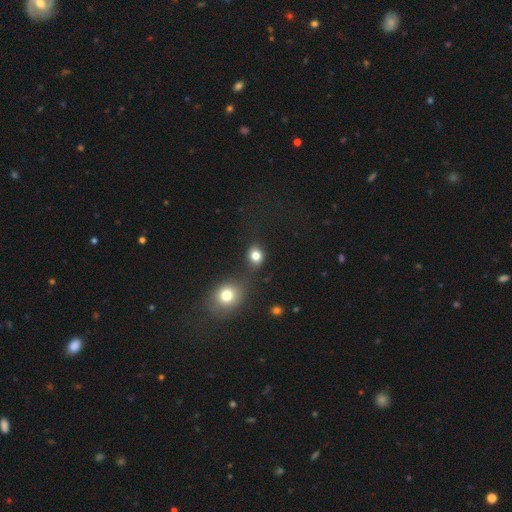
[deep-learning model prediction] Q: Smooth or featured?
A: smooth (81%); runner-up: star or artifact (13%)
Q: How rounded?
A: round (67%); runner-up: in between (32%)
Q: Merging?
A: none (70%); runner-up: merger (13%)